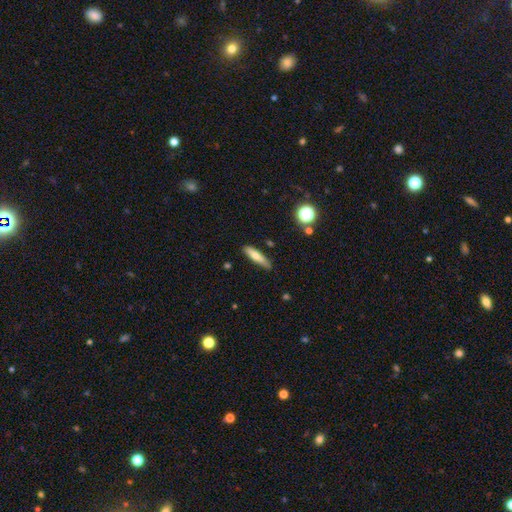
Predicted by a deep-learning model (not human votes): Smooth or featured?
  - smooth: 66% *
  - featured or disk: 26%
  - star or artifact: 8%
How rounded?
  - cigar-shaped: 78% *
  - in between: 20%
  - round: 2%
Merging?
  - none: 78% *
  - minor disturbance: 17%
  - major disturbance: 3%
  - merger: 2%